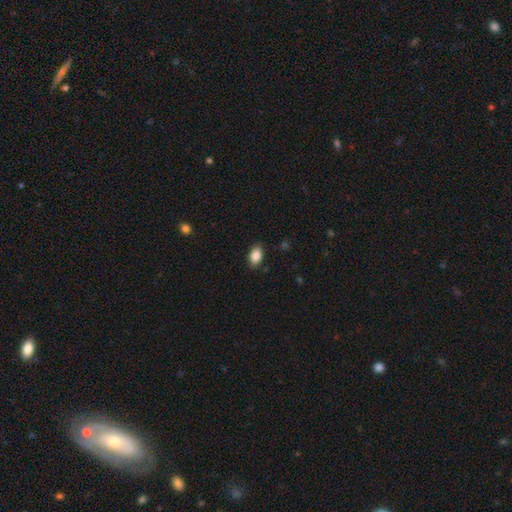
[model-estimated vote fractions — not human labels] A smooth galaxy with no disk features (87%) that is in between round and cigar-shaped (91%). Merging: none (88%).